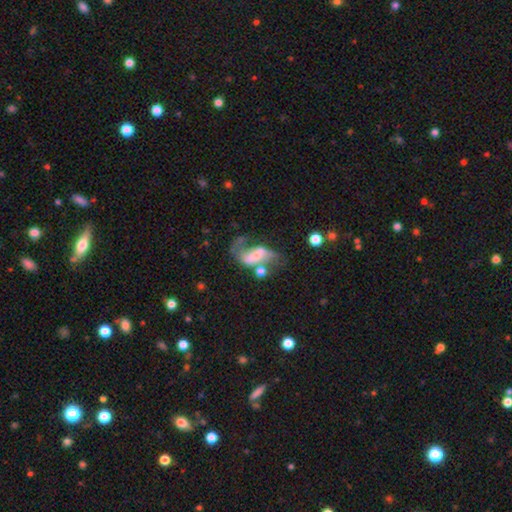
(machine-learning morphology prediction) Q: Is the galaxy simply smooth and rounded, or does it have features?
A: featured or disk — 63%.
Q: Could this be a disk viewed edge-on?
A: no — 96%.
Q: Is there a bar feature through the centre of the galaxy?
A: no — 46%.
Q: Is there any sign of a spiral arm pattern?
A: yes — 71%.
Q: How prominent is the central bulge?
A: small — 38%.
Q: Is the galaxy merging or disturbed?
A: major disturbance — 38%.